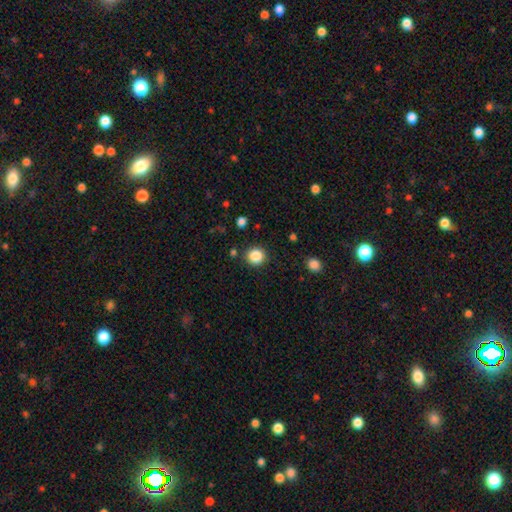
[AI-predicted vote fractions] A smooth galaxy with no disk features (86%) that is round (92%). Merging: none (89%).